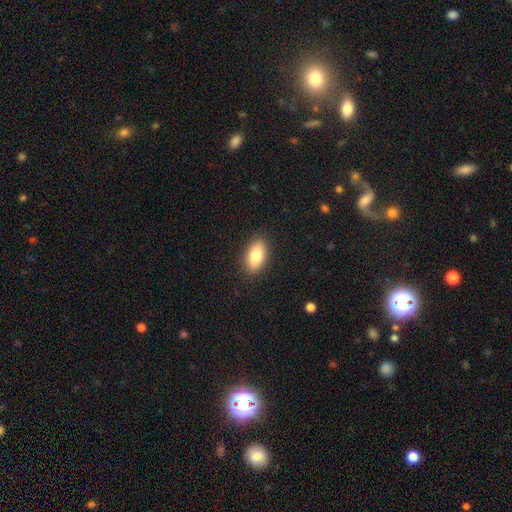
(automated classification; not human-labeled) A smooth galaxy with no disk features (82%) that is in between round and cigar-shaped (91%). Merging: none (88%).